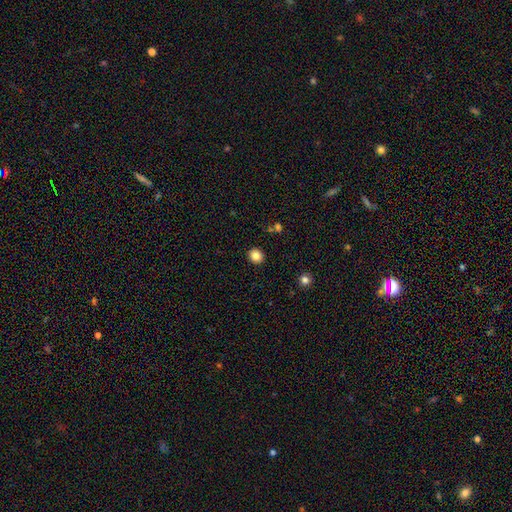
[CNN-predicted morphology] smooth-or-featured: smooth: 83% | star or artifact: 11% | featured or disk: 6%
  how-rounded: round: 85% | in between: 15% | cigar-shaped: 1%
  merging: none: 91% | minor disturbance: 6% | major disturbance: 2% | merger: 1%